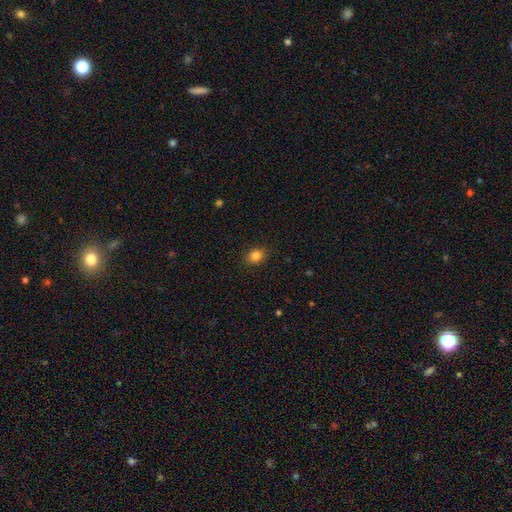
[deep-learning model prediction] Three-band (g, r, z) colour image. It shows a smooth galaxy with no disk features (84%) that is in between round and cigar-shaped (50%). Merging: none (89%).